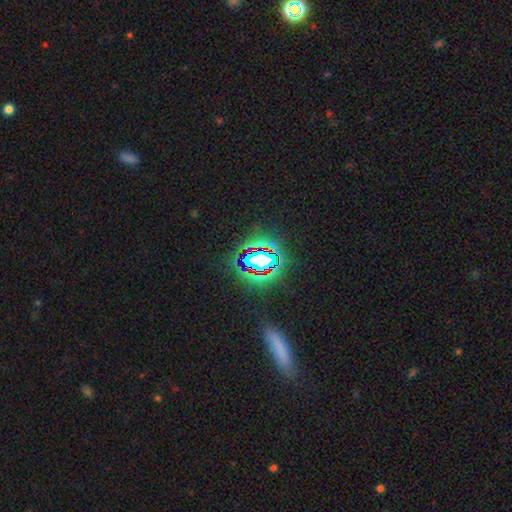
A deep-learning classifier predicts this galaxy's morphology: Smooth or featured?
  - star or artifact: 69% *
  - smooth: 18%
  - featured or disk: 13%